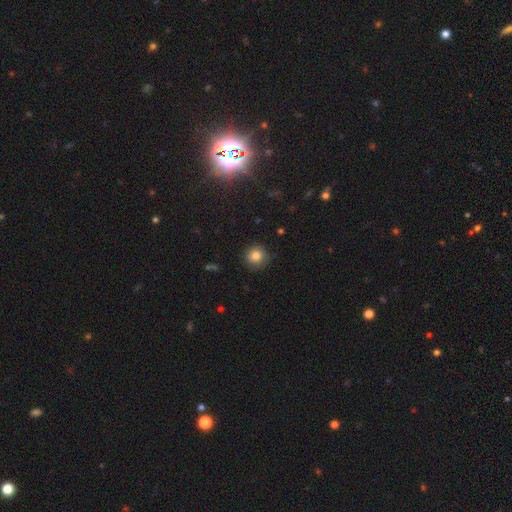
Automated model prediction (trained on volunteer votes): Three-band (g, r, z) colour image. It shows a smooth galaxy with no disk features (83%) that is round (94%). Merging: none (89%).